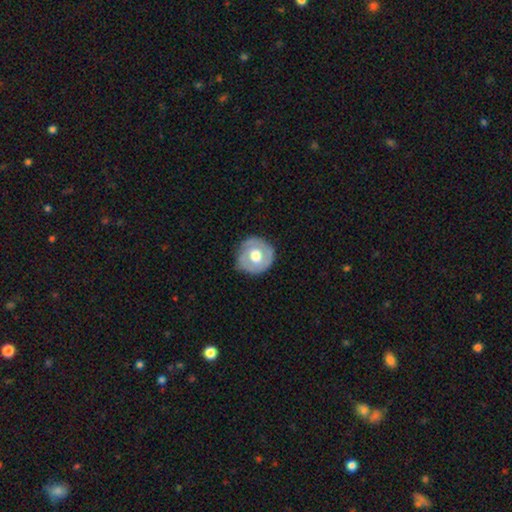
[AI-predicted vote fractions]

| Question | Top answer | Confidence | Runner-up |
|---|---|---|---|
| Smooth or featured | smooth | 48% | featured or disk (46%) |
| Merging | none | 80% | minor disturbance (15%) |